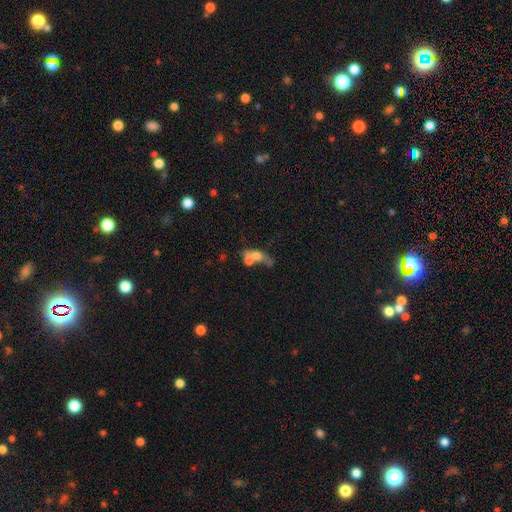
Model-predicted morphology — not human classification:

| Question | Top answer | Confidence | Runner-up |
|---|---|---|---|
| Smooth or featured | smooth | 53% | featured or disk (36%) |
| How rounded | in between | 61% | round (24%) |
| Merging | merger | 58% | none (19%) |